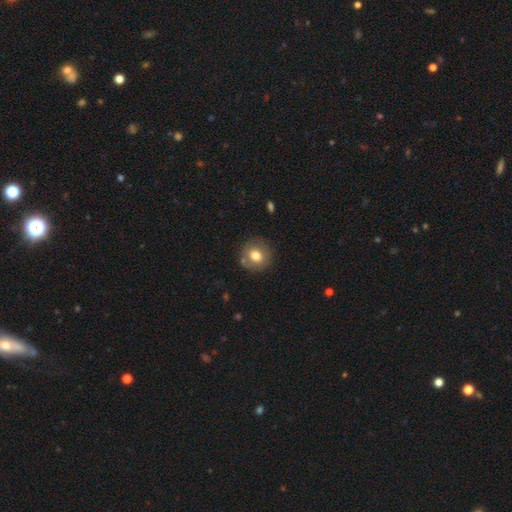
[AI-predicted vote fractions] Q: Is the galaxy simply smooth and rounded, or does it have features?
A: smooth — 74%.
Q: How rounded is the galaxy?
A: round — 89%.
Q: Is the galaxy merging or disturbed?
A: none — 81%.